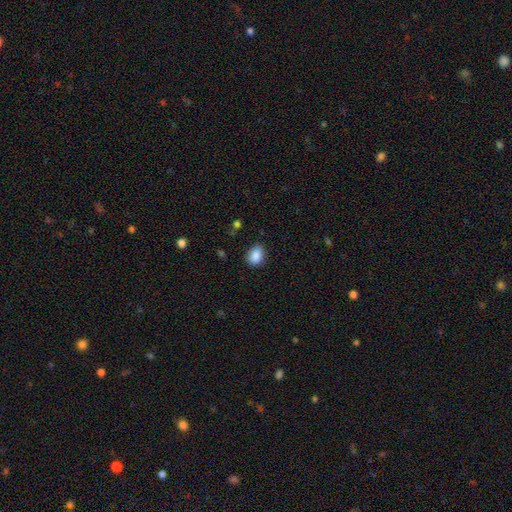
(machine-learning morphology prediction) This is clearly a smooth galaxy (88%). How rounded: likely in between (69%). Merging: clearly none (81%).